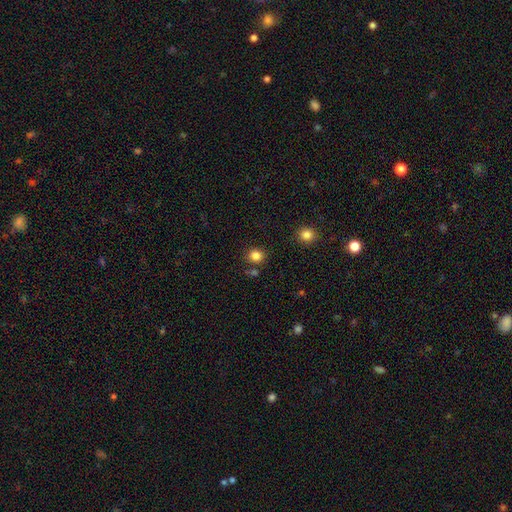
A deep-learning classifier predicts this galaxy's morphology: Smooth or featured? smooth (84%)
How rounded? round (81%)
Merging? none (82%)